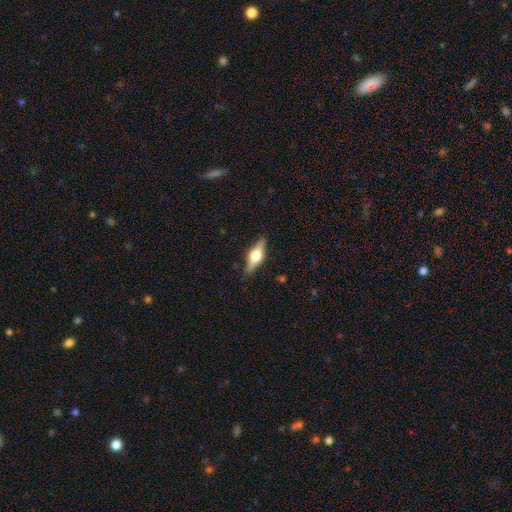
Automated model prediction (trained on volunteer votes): smooth-or-featured: featured or disk: 59% | smooth: 35% | star or artifact: 7%
  disk-edge-on: yes: 94% | no: 6%
    edge-on-bulge: rounded: 93% | boxy: 6% | none: 1%
  merging: none: 87% | minor disturbance: 10% | major disturbance: 2% | merger: 1%